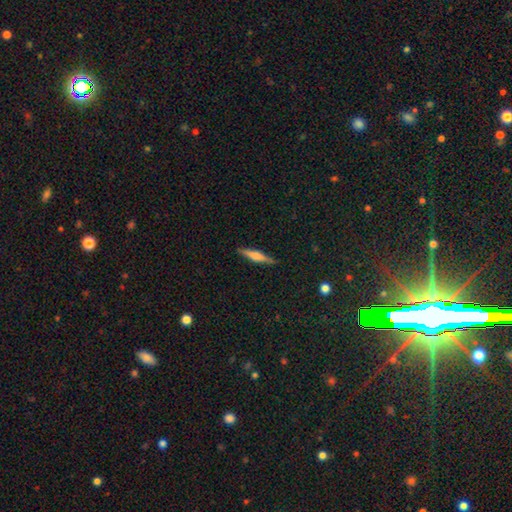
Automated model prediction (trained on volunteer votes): The model was most divided on "smooth or featured": featured or disk: 60%, smooth: 33%, star or artifact: 7%. More confident: edge-on disk — yes (97%); merging — none (90%); edge-on bulge — rounded (72%).